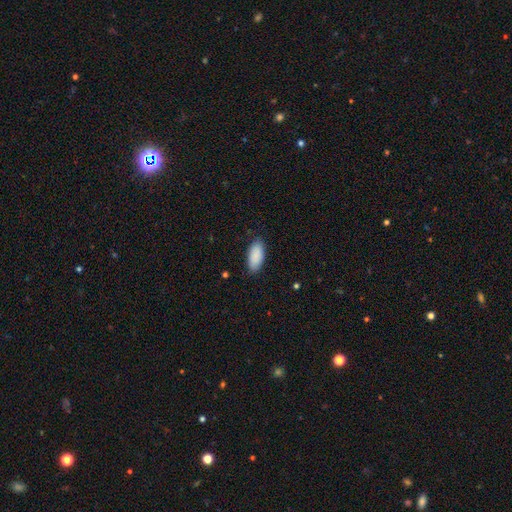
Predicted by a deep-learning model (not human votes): This is clearly a smooth galaxy (90%). How rounded: clearly in between (91%). Merging: clearly none (86%).